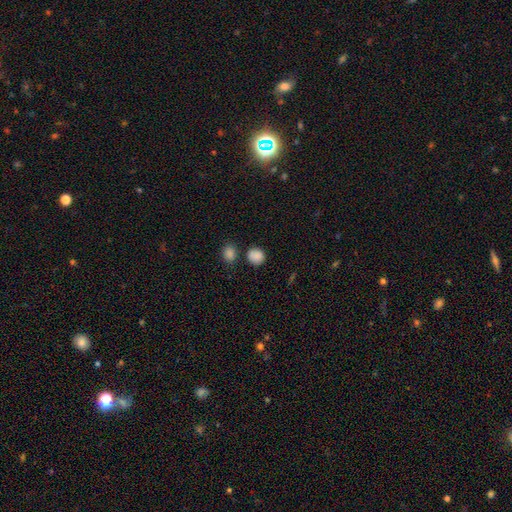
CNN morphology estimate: This appears to be a smooth galaxy with no disk features (85%) that is round (81%). Merging: none (73%).